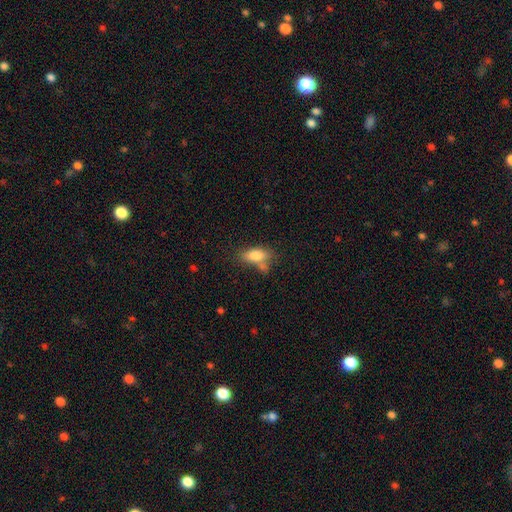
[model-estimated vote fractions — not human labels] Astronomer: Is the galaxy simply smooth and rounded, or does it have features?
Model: smooth — 79%.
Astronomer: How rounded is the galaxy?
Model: in between — 82%.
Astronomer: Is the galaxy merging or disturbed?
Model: none — 52%.